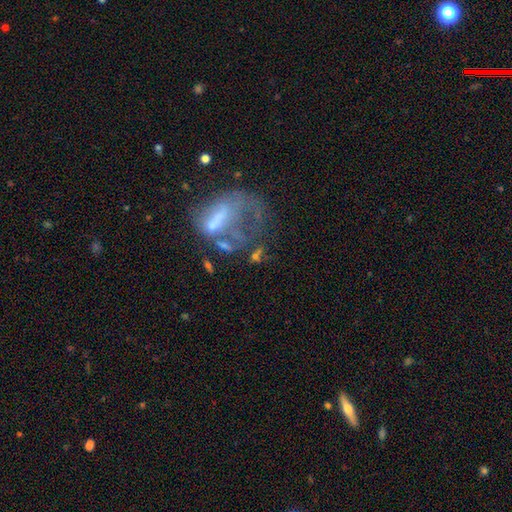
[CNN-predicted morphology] type=featured or disk (41%); merging=major disturbance (37%).